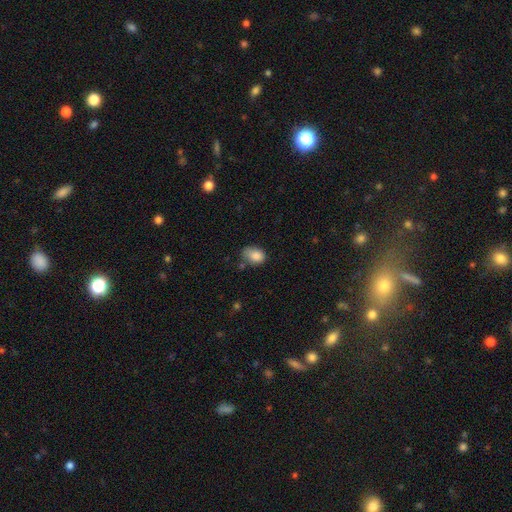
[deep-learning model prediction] This appears to be a smooth galaxy with no disk features (84%) that is in between round and cigar-shaped (77%). Merging: none (50%).